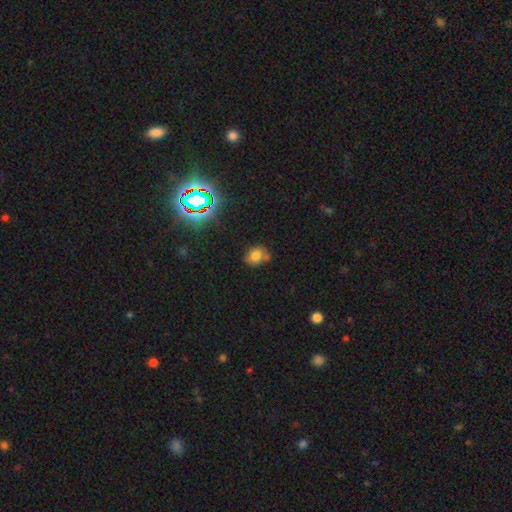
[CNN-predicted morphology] This appears to be a smooth galaxy with no disk features (74%) that is in between round and cigar-shaped (55%). Merging: none (58%).